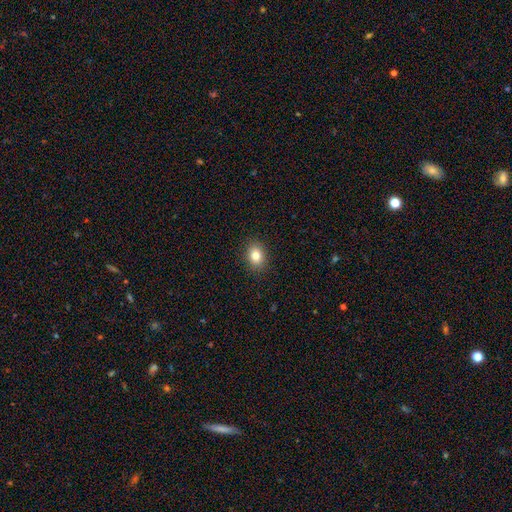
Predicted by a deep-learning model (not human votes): A smooth galaxy with no disk features (81%) that is in between round and cigar-shaped (60%). Merging: none (90%).